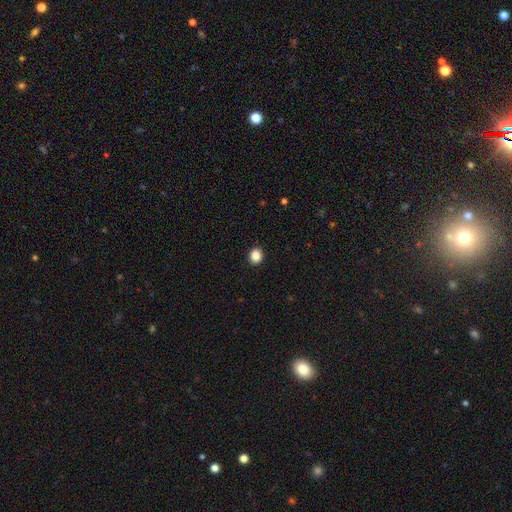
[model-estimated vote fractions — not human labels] smooth-or-featured: smooth: 87% | star or artifact: 10% | featured or disk: 3%
  how-rounded: round: 68% | in between: 31% | cigar-shaped: 1%
  merging: none: 92% | minor disturbance: 5% | major disturbance: 2% | merger: 1%